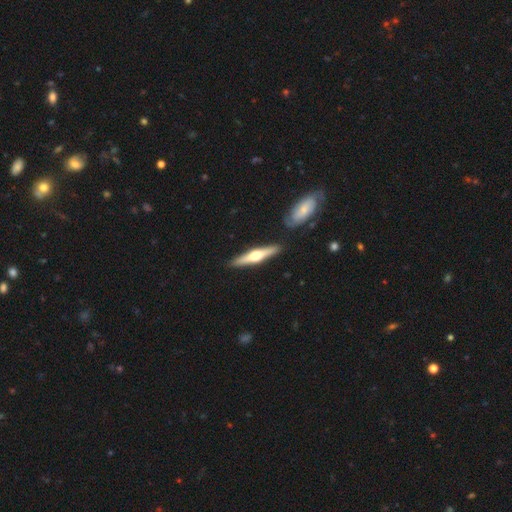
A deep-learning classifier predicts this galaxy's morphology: The model was most divided on "smooth or featured": featured or disk: 63%, smooth: 32%, star or artifact: 5%. More confident: edge-on disk — yes (96%); edge-on bulge — rounded (93%); merging — none (88%).